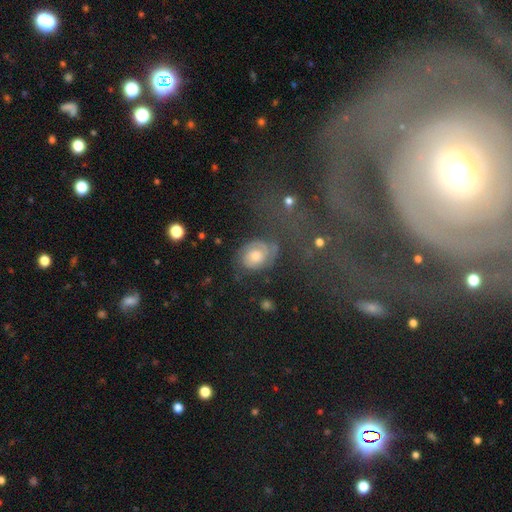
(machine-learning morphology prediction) Smooth or featured? featured or disk (55%)
Edge-on disk? no (96%)
Bar? no (74%)
Spiral arms? yes (79%)
Bulge size? moderate (61%)
Merging? none (65%)